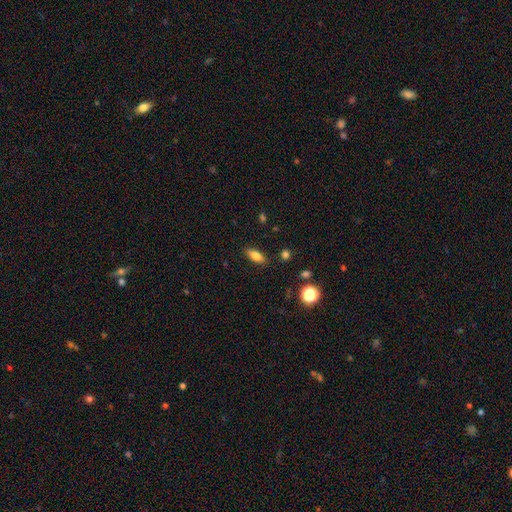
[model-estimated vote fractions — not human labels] Smooth or featured? smooth (81%)
How rounded? in between (80%)
Merging? none (86%)